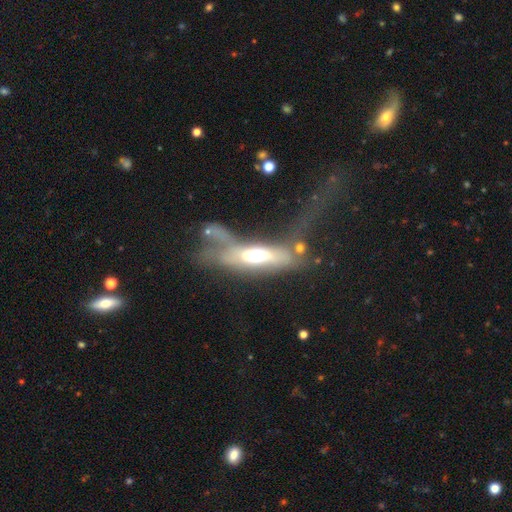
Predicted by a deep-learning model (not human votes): featured or disk 51%, smooth 41%, star or artifact 8%. Down the decision tree: edge-on disk — no (57%); merging — major disturbance (51%).